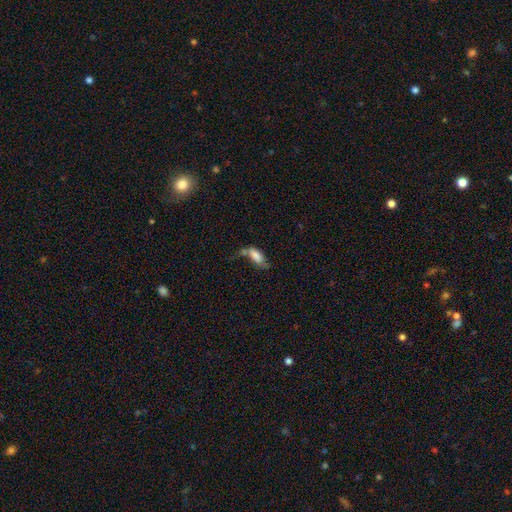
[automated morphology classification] A smooth galaxy with no disk features (74%) that is in between round and cigar-shaped (85%).

Vote fractions:
- Smooth or featured? smooth: 74% / featured or disk: 17% / star or artifact: 9%
- How rounded? in between: 85% / cigar-shaped: 12% / round: 3%
- Merging? none: 29% / minor disturbance: 24% / major disturbance: 24% / merger: 22%